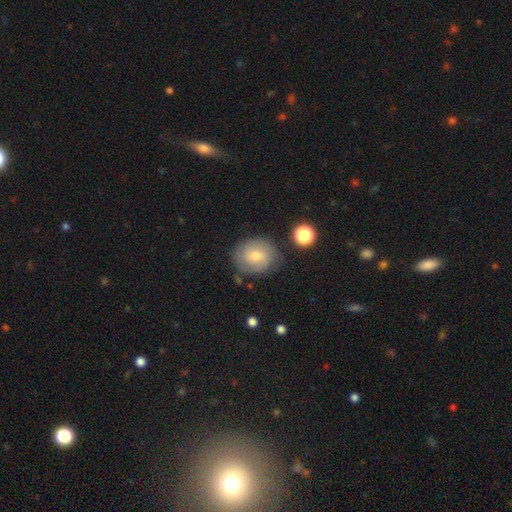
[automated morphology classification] This appears to be a smooth galaxy with no disk features (51%) that is round (66%). Merging: none (77%).